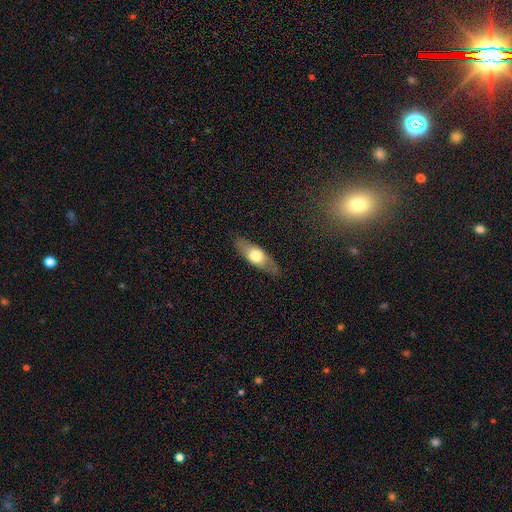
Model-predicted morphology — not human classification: A smooth galaxy with no disk features (54%) that is in between round and cigar-shaped (62%). Merging: none (83%).